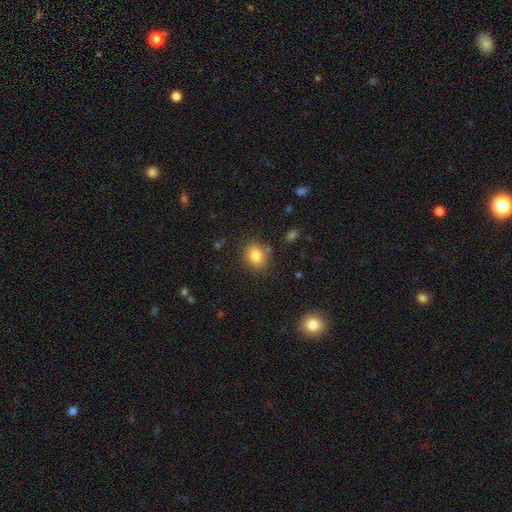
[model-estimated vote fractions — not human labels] Smooth or featured: smooth — 83% (star or artifact — 10%)
How rounded: round — 56% (in between — 43%)
Merging: none — 81% (minor disturbance — 11%)